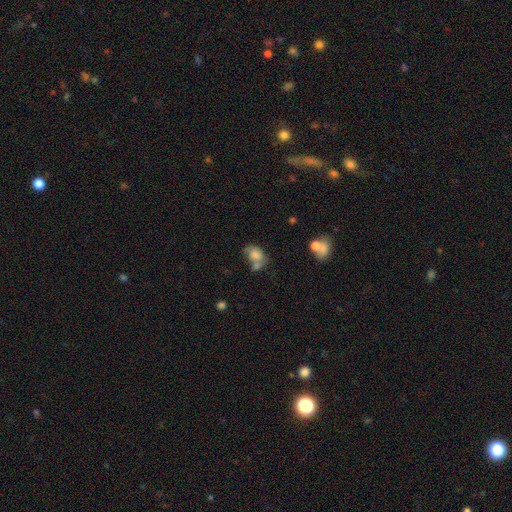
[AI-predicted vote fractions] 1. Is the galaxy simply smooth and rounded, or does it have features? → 72% smooth, 17% featured or disk, 11% star or artifact.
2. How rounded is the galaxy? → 73% in between, 26% round, 1% cigar-shaped.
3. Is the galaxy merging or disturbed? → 40% merger, 28% none, 19% minor disturbance, 13% major disturbance.